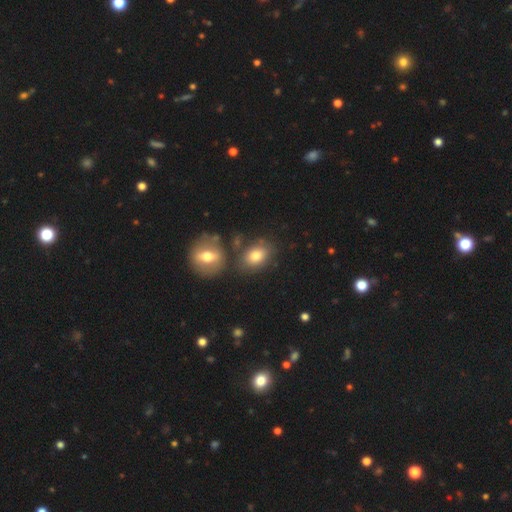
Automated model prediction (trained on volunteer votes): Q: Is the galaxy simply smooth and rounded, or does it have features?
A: smooth — 76%.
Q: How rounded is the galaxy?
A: in between — 72%.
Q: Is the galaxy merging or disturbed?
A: none — 65%.